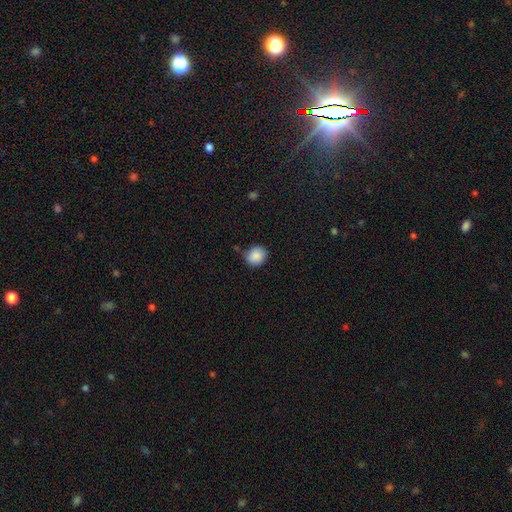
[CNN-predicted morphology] Overall: smooth (88%). How rounded: round (82%). Merging: none (78%).